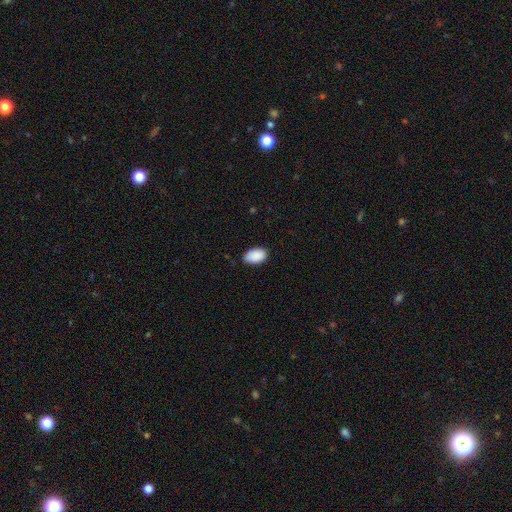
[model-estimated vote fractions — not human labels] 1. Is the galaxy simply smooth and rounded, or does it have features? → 91% smooth, 7% star or artifact, 3% featured or disk.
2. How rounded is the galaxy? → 94% in between, 5% round, 1% cigar-shaped.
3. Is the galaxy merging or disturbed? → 83% none, 14% minor disturbance, 2% major disturbance, 1% merger.